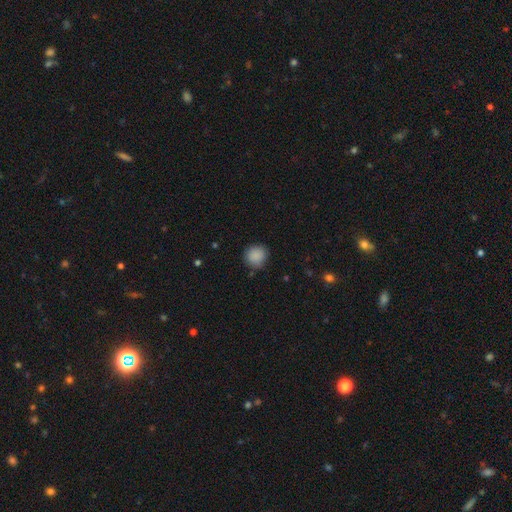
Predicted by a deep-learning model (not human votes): A smooth galaxy with no disk features (89%) that is round (90%).

Vote fractions:
- Smooth or featured? smooth: 89% / star or artifact: 8% / featured or disk: 3%
- How rounded? round: 90% / in between: 9% / cigar-shaped: 1%
- Merging? none: 84% / minor disturbance: 12% / major disturbance: 3% / merger: 2%